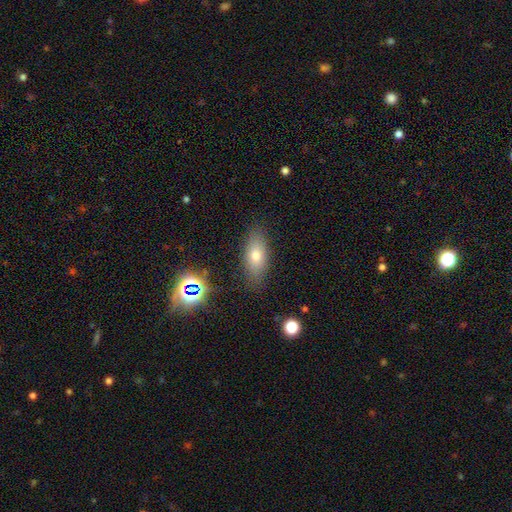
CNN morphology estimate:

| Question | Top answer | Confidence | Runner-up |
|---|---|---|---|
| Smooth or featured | smooth | 70% | featured or disk (18%) |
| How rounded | in between | 78% | cigar-shaped (16%) |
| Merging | none | 84% | minor disturbance (11%) |